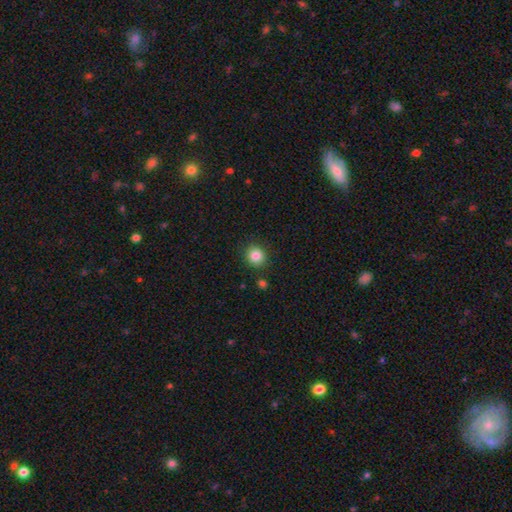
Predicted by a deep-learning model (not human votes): smooth_or_featured: smooth (p=0.85) [alt: star or artifact p=0.10]
how_rounded: round (p=0.86) [alt: in between p=0.13]
merging: none (p=0.87) [alt: minor disturbance p=0.08]